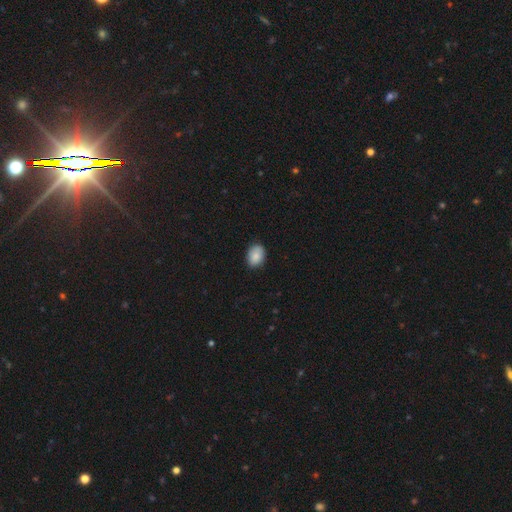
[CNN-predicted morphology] smooth-or-featured: smooth: 87% | star or artifact: 7% | featured or disk: 6%
  how-rounded: in between: 68% | round: 31% | cigar-shaped: 1%
  merging: none: 84% | minor disturbance: 12% | major disturbance: 2% | merger: 1%